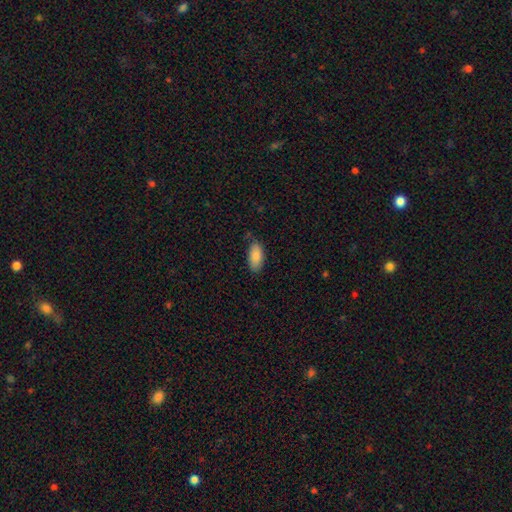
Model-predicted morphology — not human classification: smooth_or_featured: smooth (p=0.87) [alt: featured or disk p=0.07]
how_rounded: in between (p=0.91) [alt: cigar-shaped p=0.07]
merging: none (p=0.78) [alt: minor disturbance p=0.17]